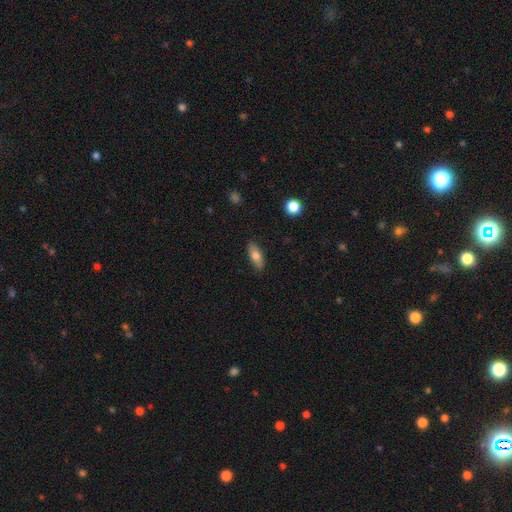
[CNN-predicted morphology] type=smooth (71%); roundness=in between (74%); merging=none (88%).